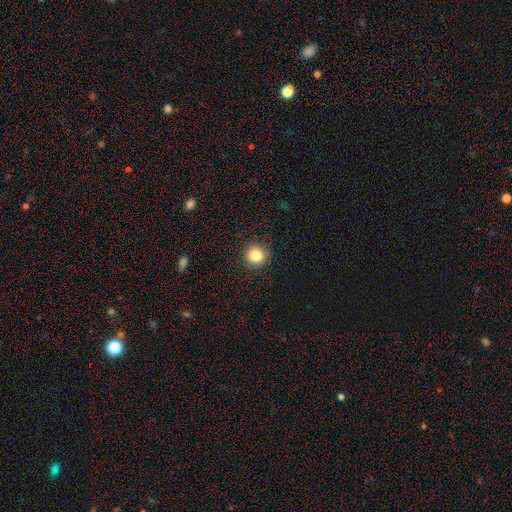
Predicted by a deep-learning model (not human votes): smooth_or_featured: smooth (p=0.83) [alt: star or artifact p=0.11]
how_rounded: round (p=0.93) [alt: in between p=0.06]
merging: none (p=0.90) [alt: minor disturbance p=0.07]